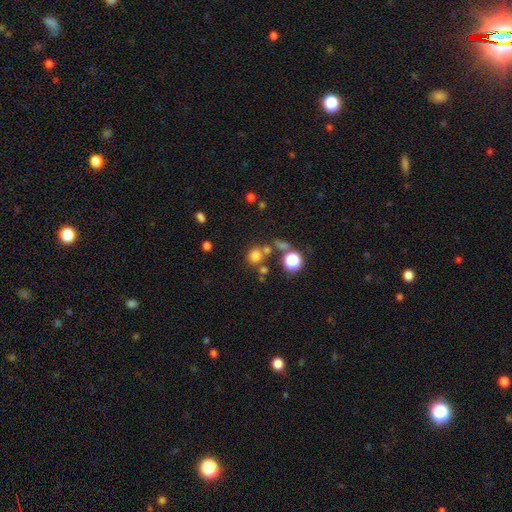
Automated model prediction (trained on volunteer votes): Smooth or featured? Predicted: smooth (p=0.73). How rounded? Predicted: round (p=0.82). Merging? Predicted: none (p=0.65).